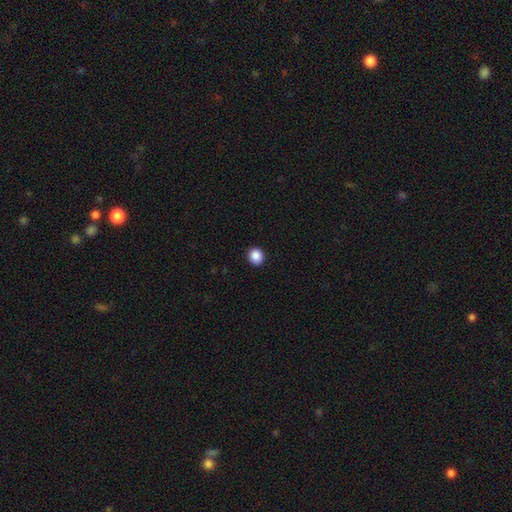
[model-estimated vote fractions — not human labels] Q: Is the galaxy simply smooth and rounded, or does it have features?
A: smooth — 88%.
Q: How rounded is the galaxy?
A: round — 84%.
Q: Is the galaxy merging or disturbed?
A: none — 93%.